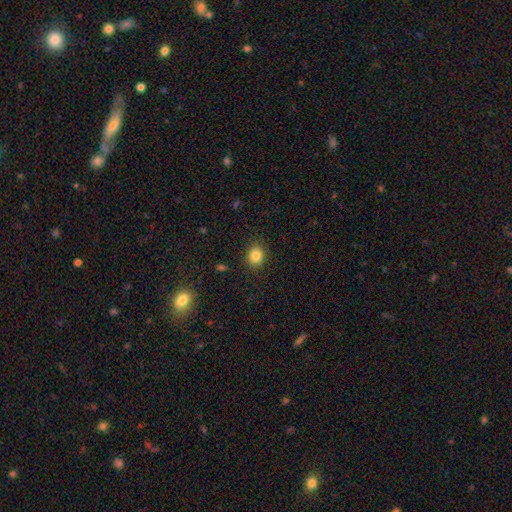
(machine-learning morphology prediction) Overall: smooth (85%). How rounded: round (73%). Merging: none (89%).